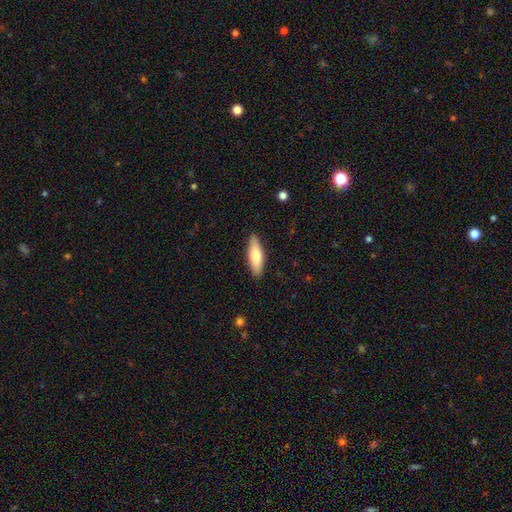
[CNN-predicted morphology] This is likely a smooth galaxy (71%). How rounded: possibly cigar-shaped (52%). Merging: clearly none (89%).